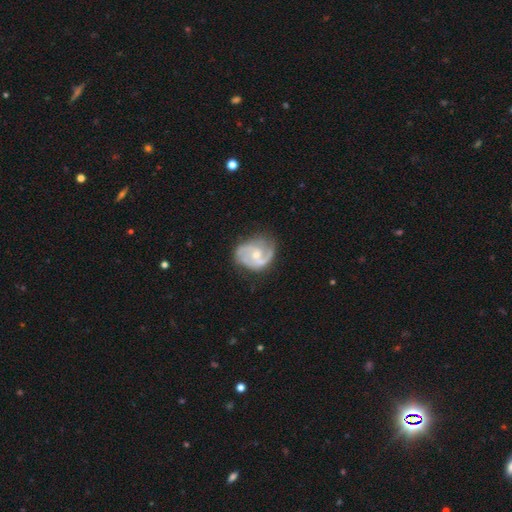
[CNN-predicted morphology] Smooth or featured?
  - featured or disk: 81% *
  - smooth: 14%
  - star or artifact: 5%
Edge-on disk?
  - no: 98% *
  - yes: 2%
Bar?
  - no: 65% *
  - weak: 30%
  - strong: 5%
Spiral arms?
  - yes: 91% *
  - no: 9%
Spiral winding?
  - medium: 47% *
  - tight: 30%
  - loose: 23%
Spiral arm count?
  - 2: 60% *
  - can't tell: 14%
  - 1: 11%
  - 3: 10%
  - 4: 2%
  - more than 4: 2%
Bulge size?
  - moderate: 48% *
  - small: 47%
  - none: 2%
  - large: 2%
  - dominant: 1%
Merging?
  - none: 57% *
  - minor disturbance: 26%
  - major disturbance: 14%
  - merger: 2%